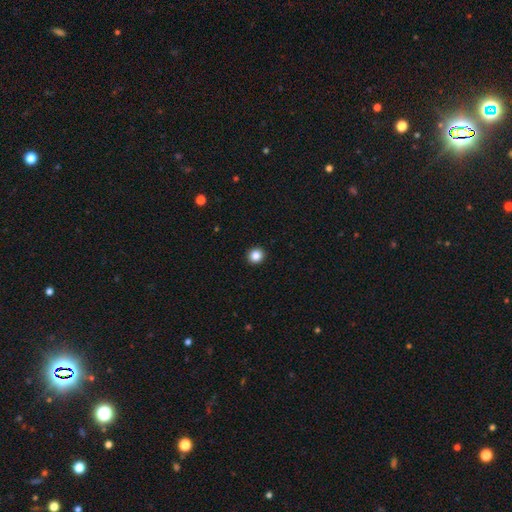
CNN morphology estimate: smooth_or_featured: smooth (p=0.85) [alt: star or artifact p=0.11]
how_rounded: round (p=0.92) [alt: in between p=0.07]
merging: none (p=0.94) [alt: minor disturbance p=0.04]